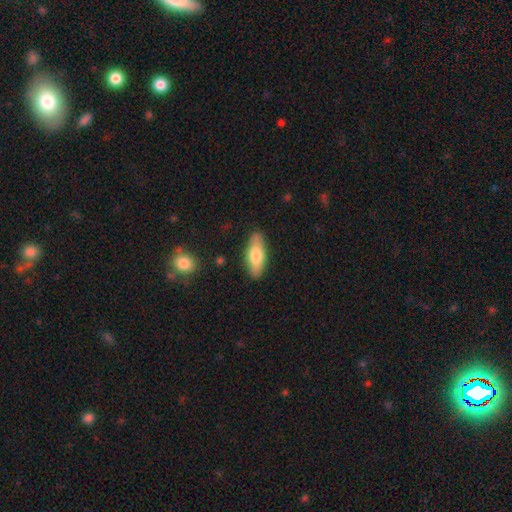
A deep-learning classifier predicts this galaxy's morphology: Smooth or featured? Predicted: smooth (p=0.71). How rounded? Predicted: in between (p=0.69). Merging? Predicted: none (p=0.87).